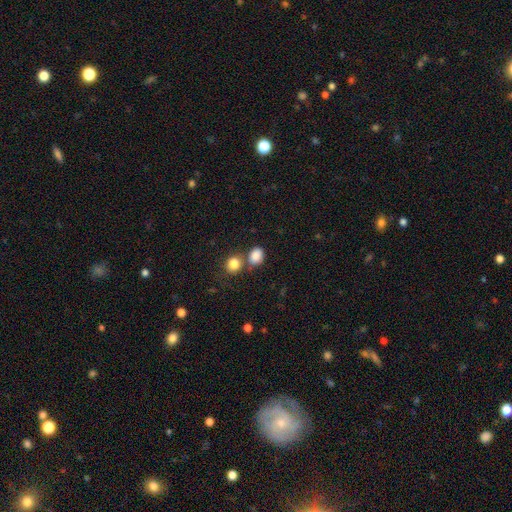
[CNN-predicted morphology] smooth-or-featured: smooth: 85% | star or artifact: 10% | featured or disk: 5%
  how-rounded: in between: 56% | round: 43% | cigar-shaped: 1%
  merging: none: 53% | merger: 32% | minor disturbance: 11% | major disturbance: 4%